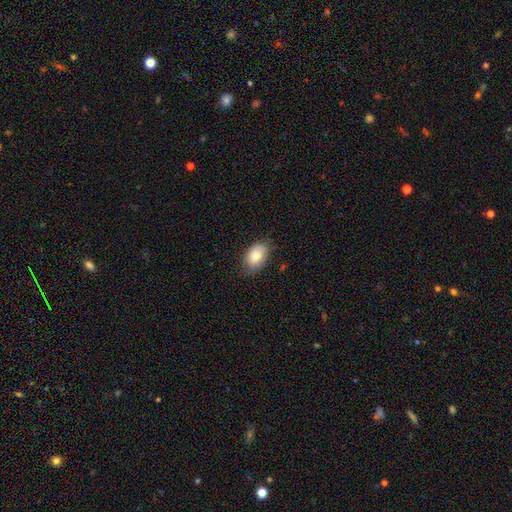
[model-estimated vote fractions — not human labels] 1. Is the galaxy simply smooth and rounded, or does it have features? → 80% smooth, 13% featured or disk, 7% star or artifact.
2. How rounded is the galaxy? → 88% in between, 11% round, 1% cigar-shaped.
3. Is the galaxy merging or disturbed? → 75% none, 20% minor disturbance, 4% major disturbance, 1% merger.